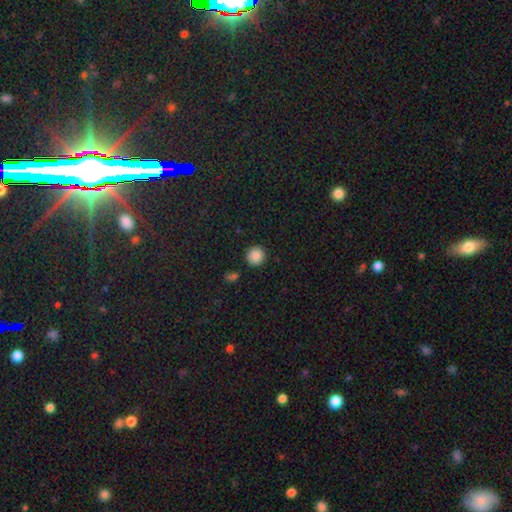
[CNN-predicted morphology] This is clearly a smooth galaxy (87%). How rounded: clearly round (95%). Merging: clearly none (90%).